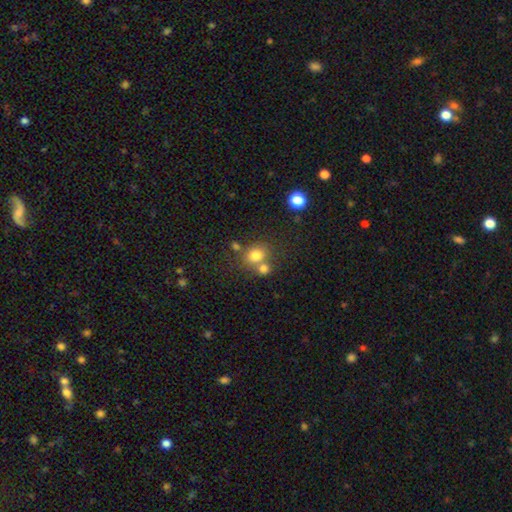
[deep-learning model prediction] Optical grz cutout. It shows a smooth galaxy with no disk features (76%) that is round (67%). Merging: none (51%).